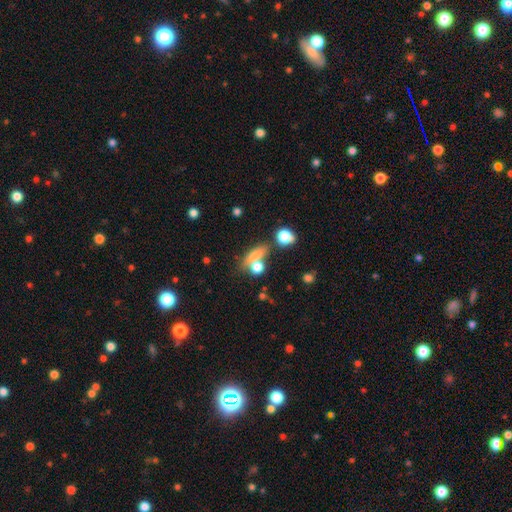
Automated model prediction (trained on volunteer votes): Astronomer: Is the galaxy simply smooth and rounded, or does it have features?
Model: smooth — 68%.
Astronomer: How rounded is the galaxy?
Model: in between — 50% (runner-up: round, 30%).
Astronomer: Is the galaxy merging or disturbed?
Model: none — 47% (runner-up: merger, 29%).